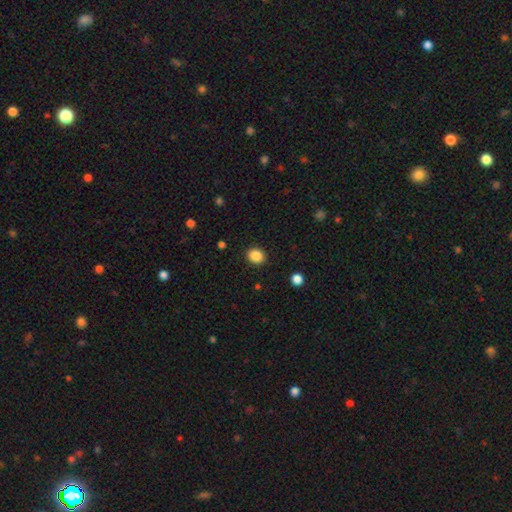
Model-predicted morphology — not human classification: smooth_or_featured: smooth (p=0.87) [alt: star or artifact p=0.10]
how_rounded: round (p=0.66) [alt: in between p=0.34]
merging: none (p=0.90) [alt: minor disturbance p=0.07]